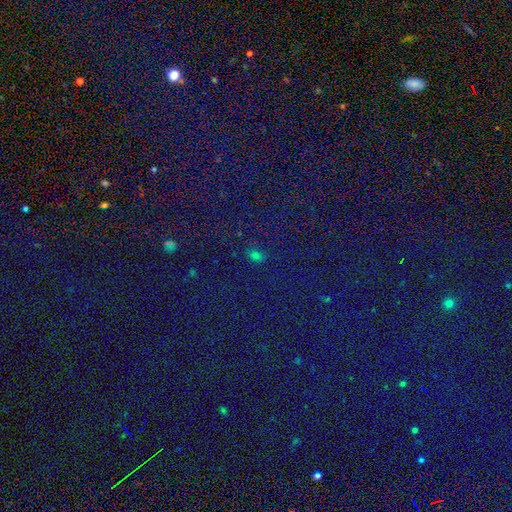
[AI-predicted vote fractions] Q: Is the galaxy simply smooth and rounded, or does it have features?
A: smooth — 52%.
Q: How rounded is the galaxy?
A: in between — 70%.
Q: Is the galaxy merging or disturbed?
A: none — 78%.